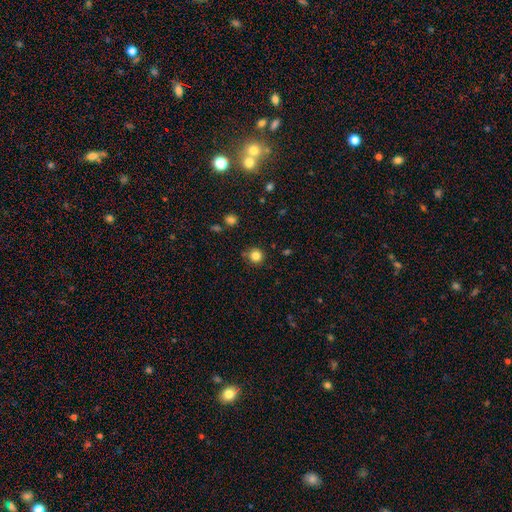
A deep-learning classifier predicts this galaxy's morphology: smooth-or-featured: smooth: 83% | star or artifact: 12% | featured or disk: 5%
  how-rounded: round: 94% | in between: 5% | cigar-shaped: 1%
  merging: none: 83% | minor disturbance: 10% | merger: 4% | major disturbance: 3%